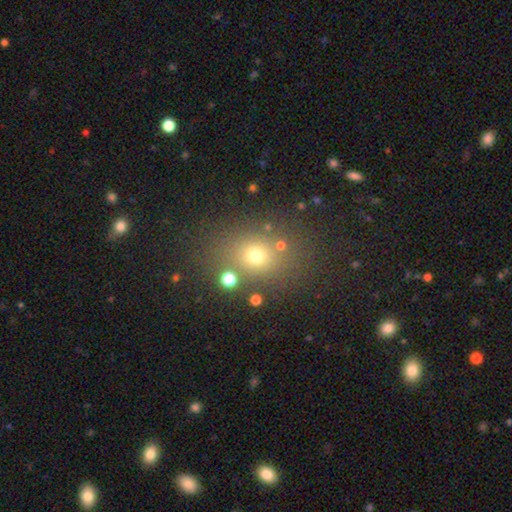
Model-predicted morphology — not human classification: The model was most divided on "how rounded": round: 58%, in between: 41%, cigar-shaped: 1%. More confident: merging — none (78%); smooth or featured — smooth (65%).